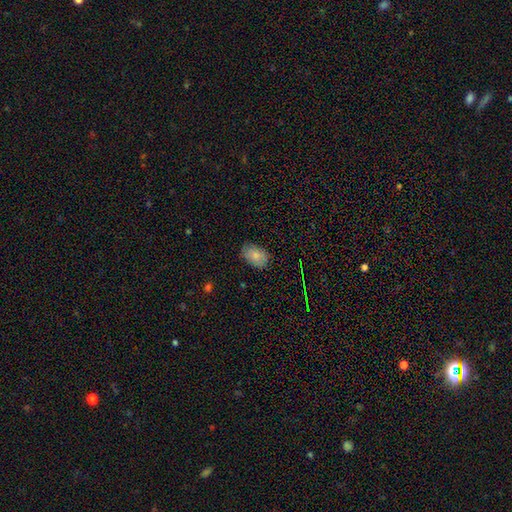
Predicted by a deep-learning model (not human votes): Smooth or featured?
  - smooth: 83% *
  - star or artifact: 9%
  - featured or disk: 8%
How rounded?
  - in between: 87% *
  - round: 12%
  - cigar-shaped: 1%
Merging?
  - none: 81% *
  - minor disturbance: 15%
  - major disturbance: 3%
  - merger: 1%